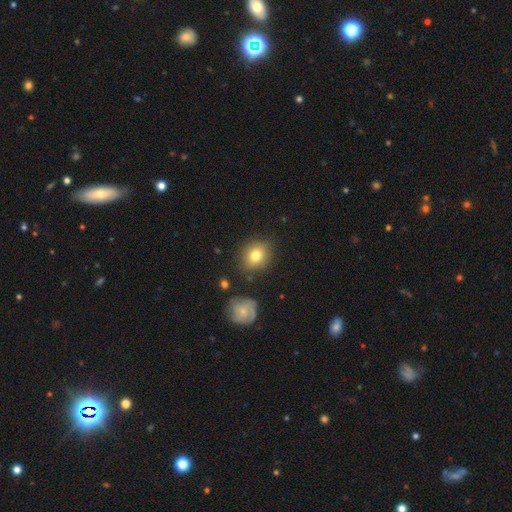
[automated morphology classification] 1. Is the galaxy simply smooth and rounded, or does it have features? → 80% smooth, 11% featured or disk, 9% star or artifact.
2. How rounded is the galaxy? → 71% round, 28% in between, 1% cigar-shaped.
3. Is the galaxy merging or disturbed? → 83% none, 11% minor disturbance, 3% major disturbance, 3% merger.